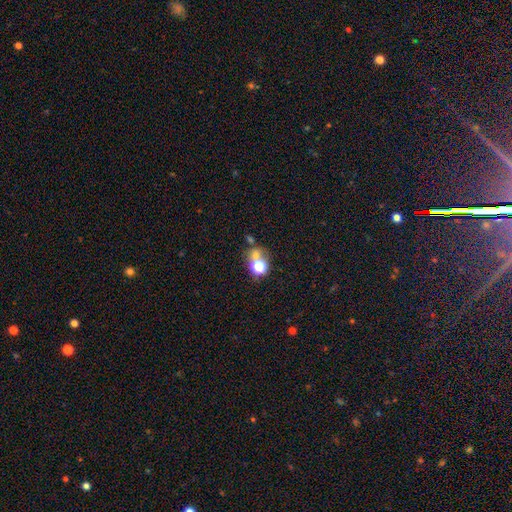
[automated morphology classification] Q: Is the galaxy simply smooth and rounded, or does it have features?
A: smooth — 56%.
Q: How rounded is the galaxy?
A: round — 73%.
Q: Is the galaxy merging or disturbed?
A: none — 45%.